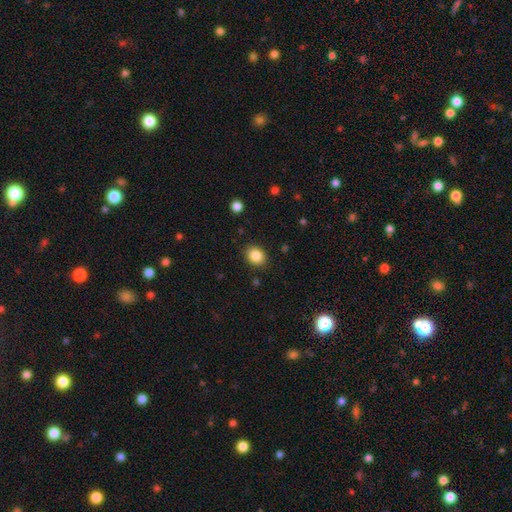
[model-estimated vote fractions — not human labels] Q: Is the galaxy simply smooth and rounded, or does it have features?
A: smooth — 86%.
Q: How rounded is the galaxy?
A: round — 56%.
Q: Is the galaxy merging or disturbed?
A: none — 87%.